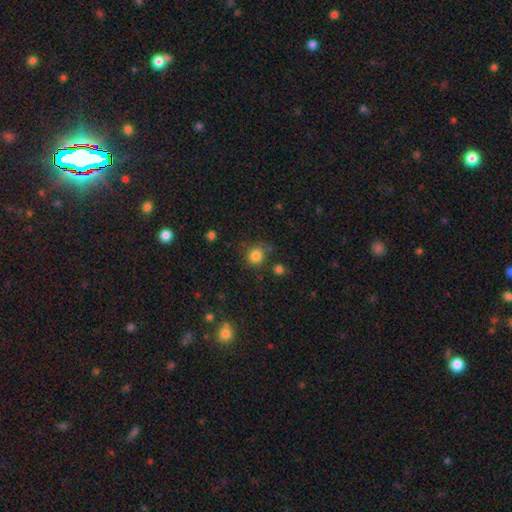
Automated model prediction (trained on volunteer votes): Smooth or featured: smooth — 83% (star or artifact — 13%)
How rounded: round — 87% (in between — 12%)
Merging: none — 78% (minor disturbance — 13%)